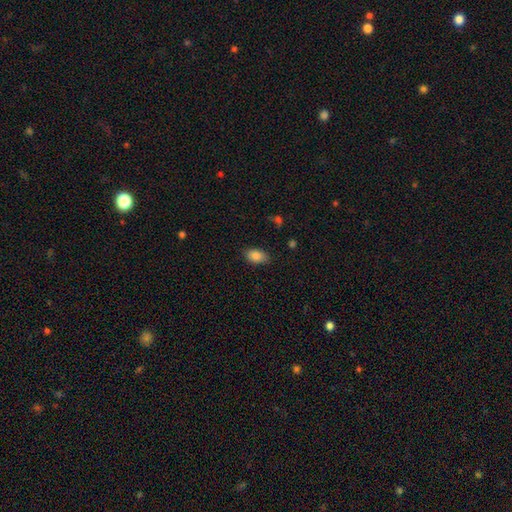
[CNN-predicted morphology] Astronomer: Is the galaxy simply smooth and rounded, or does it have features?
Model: smooth — 86%.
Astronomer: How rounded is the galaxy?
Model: in between — 89%.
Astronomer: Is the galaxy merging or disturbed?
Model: none — 82%.